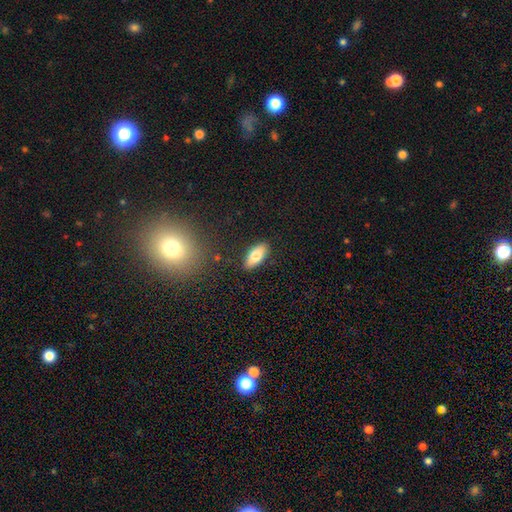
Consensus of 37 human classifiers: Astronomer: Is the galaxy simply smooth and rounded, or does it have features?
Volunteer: smooth — 76%.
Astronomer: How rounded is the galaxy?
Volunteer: in between — 75%.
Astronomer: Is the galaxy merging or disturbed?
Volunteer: none — 86%.